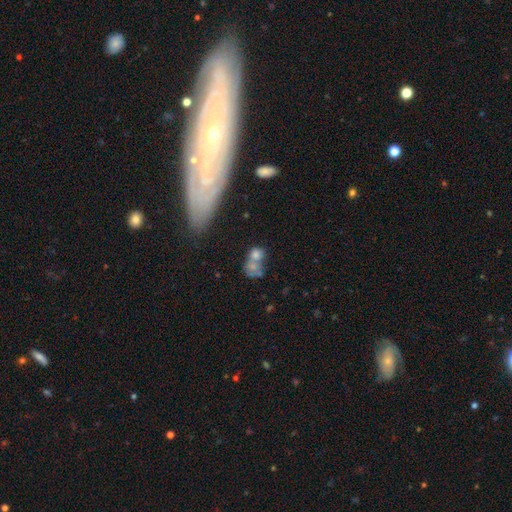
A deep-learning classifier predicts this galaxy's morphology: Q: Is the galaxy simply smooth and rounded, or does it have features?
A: smooth — 56%.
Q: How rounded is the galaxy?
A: round — 52%.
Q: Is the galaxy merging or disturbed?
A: merger — 46%.